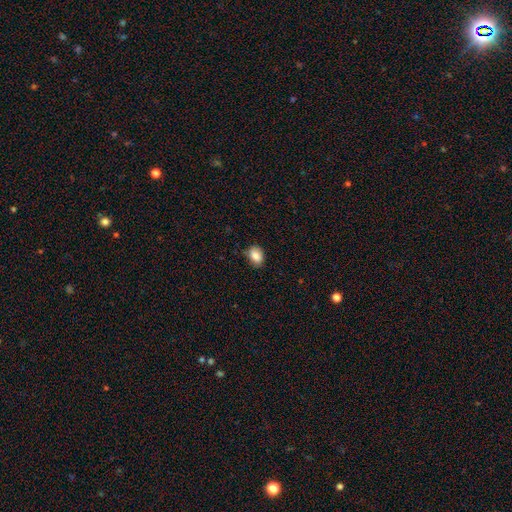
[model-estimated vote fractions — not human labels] Q: Smooth or featured?
A: smooth (86%); runner-up: star or artifact (9%)
Q: How rounded?
A: in between (72%); runner-up: round (27%)
Q: Merging?
A: none (77%); runner-up: minor disturbance (19%)